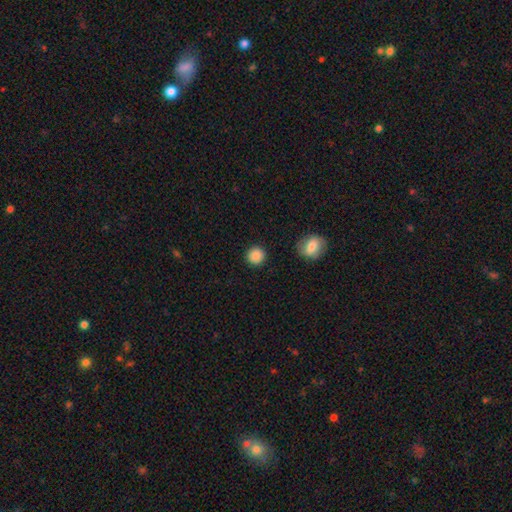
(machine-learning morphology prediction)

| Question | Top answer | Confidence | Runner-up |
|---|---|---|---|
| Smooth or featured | smooth | 87% | star or artifact (9%) |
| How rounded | round | 93% | in between (6%) |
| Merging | none | 91% | minor disturbance (6%) |